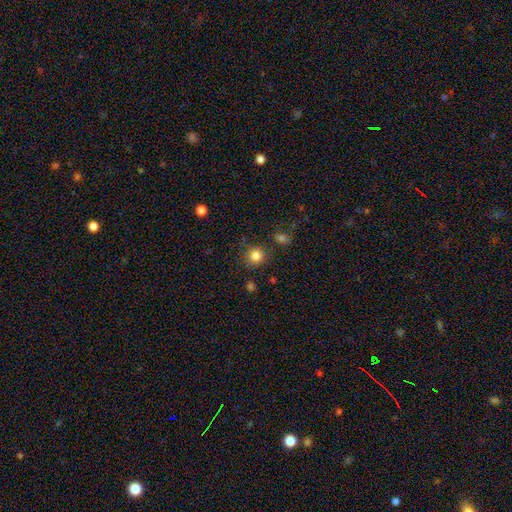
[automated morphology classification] smooth_or_featured: smooth (p=0.84) [alt: star or artifact p=0.12]
how_rounded: round (p=0.90) [alt: in between p=0.09]
merging: none (p=0.84) [alt: minor disturbance p=0.09]